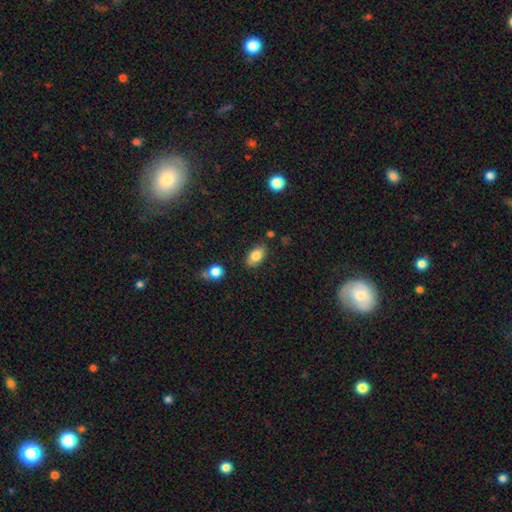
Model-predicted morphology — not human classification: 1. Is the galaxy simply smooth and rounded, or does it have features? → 82% smooth, 10% featured or disk, 8% star or artifact.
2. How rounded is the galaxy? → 90% in between, 8% round, 3% cigar-shaped.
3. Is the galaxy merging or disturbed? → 82% none, 12% minor disturbance, 3% merger, 3% major disturbance.